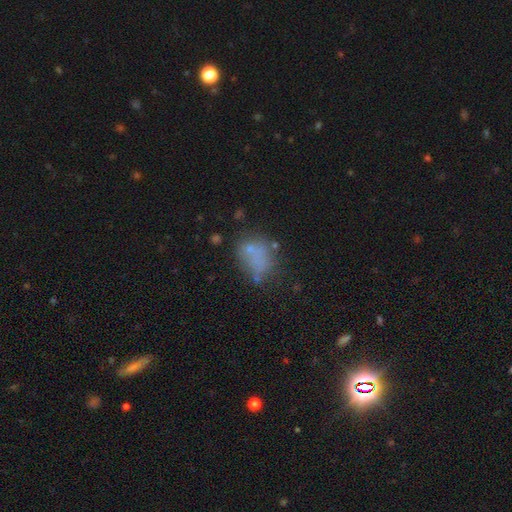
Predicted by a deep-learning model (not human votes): This appears to be a smooth galaxy with no disk features (60%) that is in between round and cigar-shaped (66%). Merging: none (44%).